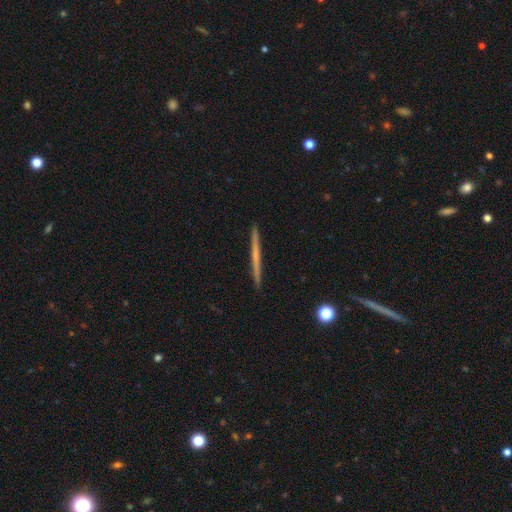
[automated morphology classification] Smooth or featured? featured or disk (53%)
Edge-on disk? yes (98%)
Edge-on bulge? none (88%)
Merging? none (93%)